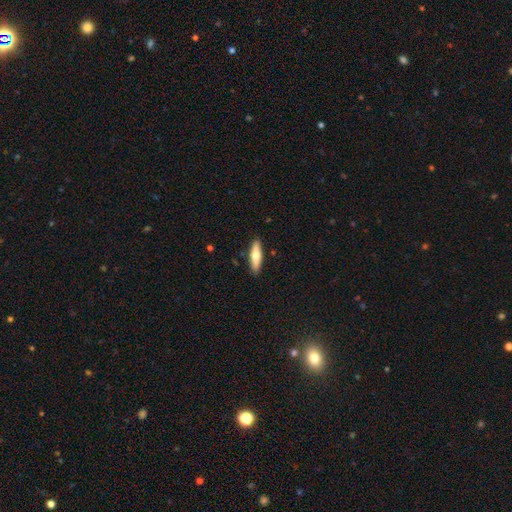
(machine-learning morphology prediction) smooth-or-featured: smooth: 64% | featured or disk: 31% | star or artifact: 6%
  how-rounded: cigar-shaped: 63% | in between: 35% | round: 2%
  merging: none: 88% | minor disturbance: 9% | major disturbance: 2% | merger: 2%